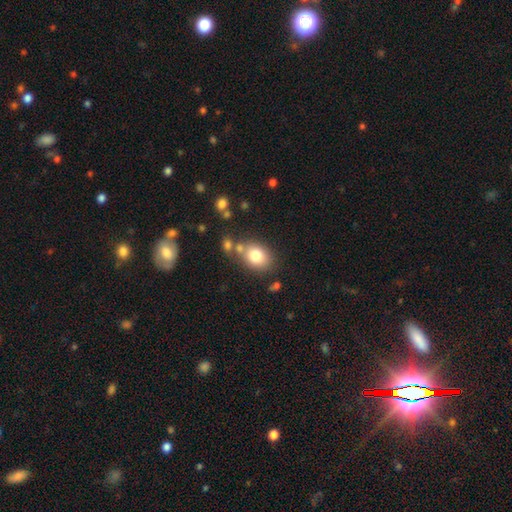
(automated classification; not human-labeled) Smooth or featured?
  - smooth: 79% *
  - featured or disk: 11%
  - star or artifact: 10%
How rounded?
  - in between: 59% *
  - round: 40%
  - cigar-shaped: 1%
Merging?
  - none: 66% *
  - merger: 15%
  - minor disturbance: 14%
  - major disturbance: 5%